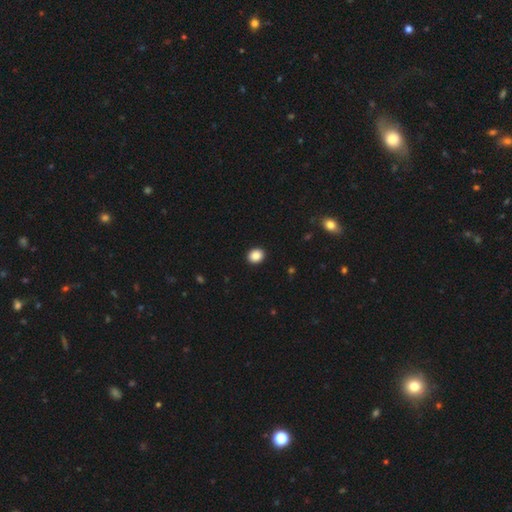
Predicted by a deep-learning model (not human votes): This is clearly a smooth galaxy (88%). How rounded: likely round (66%). Merging: clearly none (93%).